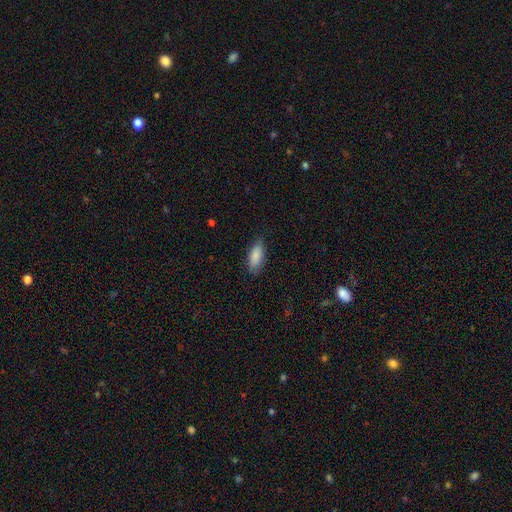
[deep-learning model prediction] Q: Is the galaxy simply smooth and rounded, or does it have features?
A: smooth — 88%.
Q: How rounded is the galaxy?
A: in between — 84%.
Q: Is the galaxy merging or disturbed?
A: none — 80%.